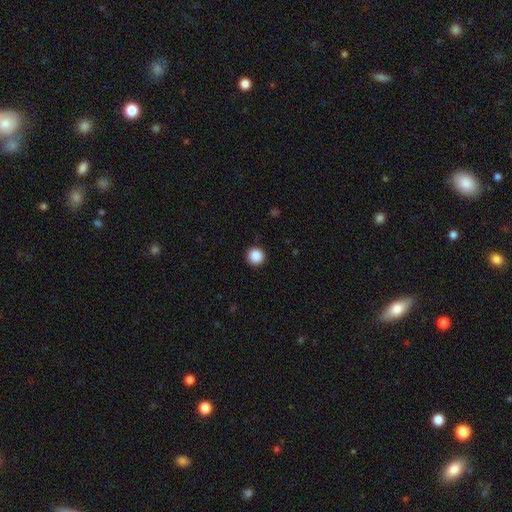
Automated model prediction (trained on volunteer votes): Overall: smooth (87%). How rounded: round (96%). Merging: none (92%).